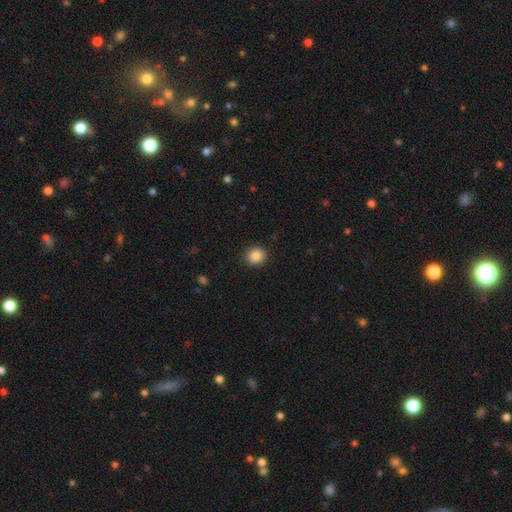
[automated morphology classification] Overall: smooth (86%). How rounded: round (83%). Merging: none (90%).